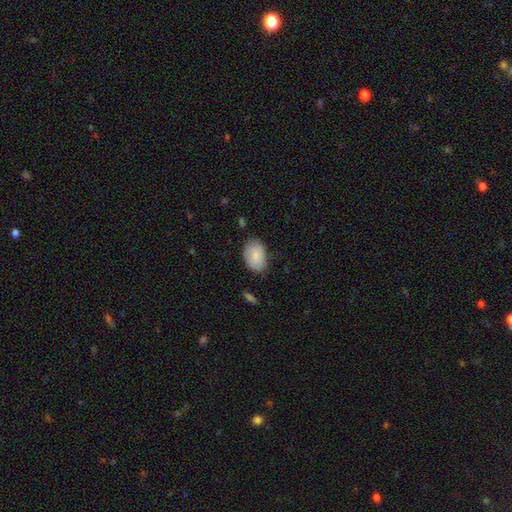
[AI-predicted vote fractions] smooth_or_featured: smooth (p=0.82) [alt: featured or disk p=0.12]
how_rounded: in between (p=0.88) [alt: round p=0.11]
merging: none (p=0.75) [alt: minor disturbance p=0.19]